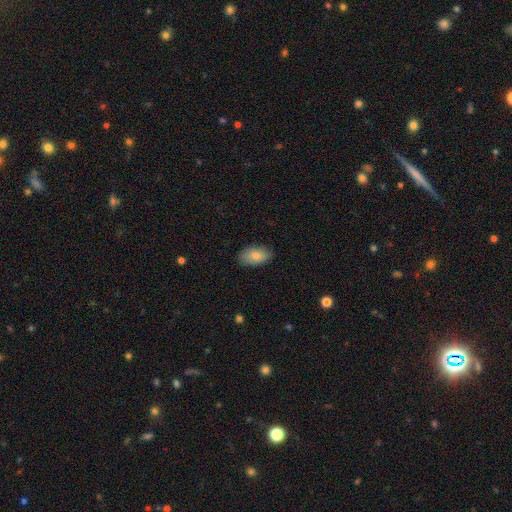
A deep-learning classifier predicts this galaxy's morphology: Smooth or featured?
  - smooth: 81% *
  - featured or disk: 13%
  - star or artifact: 6%
How rounded?
  - in between: 94% *
  - round: 4%
  - cigar-shaped: 2%
Merging?
  - none: 83% *
  - minor disturbance: 13%
  - major disturbance: 3%
  - merger: 1%